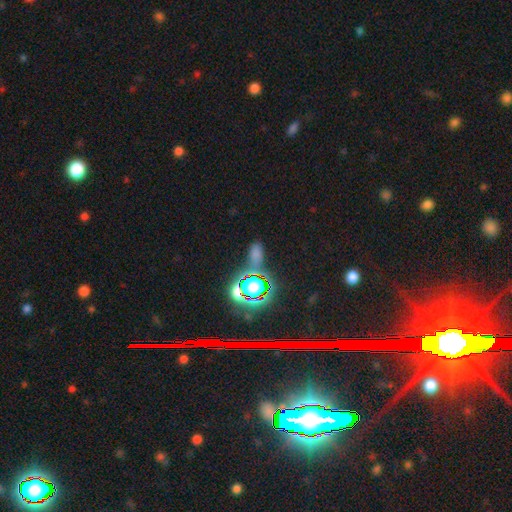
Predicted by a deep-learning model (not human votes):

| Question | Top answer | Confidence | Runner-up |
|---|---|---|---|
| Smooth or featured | star or artifact | 45% | tied: smooth (45%) |